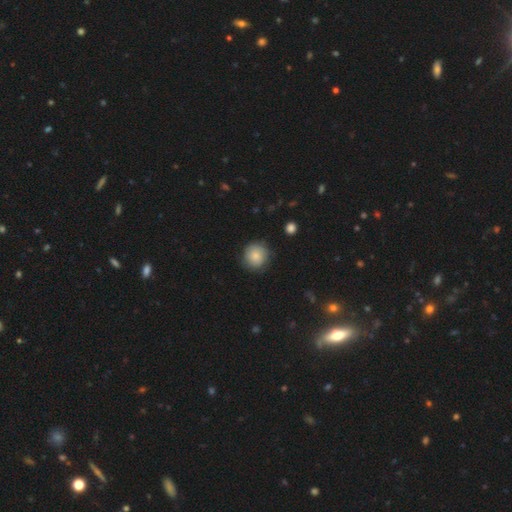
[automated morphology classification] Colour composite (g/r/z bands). It shows a smooth galaxy with no disk features (83%) that is round (91%). Merging: none (83%).